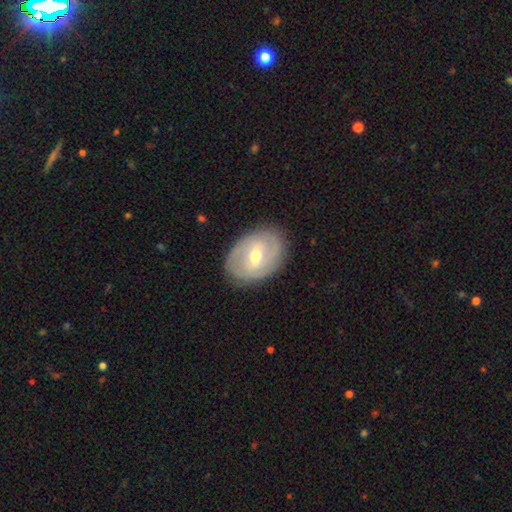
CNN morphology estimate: featured or disk 66%, smooth 28%, star or artifact 6%. Down the decision tree: edge-on disk — no (94%); bar — weak (53%); spiral arms — yes (70%); bulge size — moderate (59%); merging — none (83%).